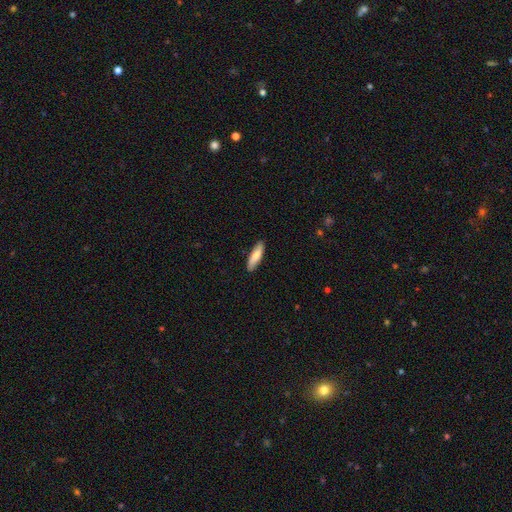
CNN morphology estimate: Smooth or featured? smooth (78%)
How rounded? cigar-shaped (63%)
Merging? none (88%)